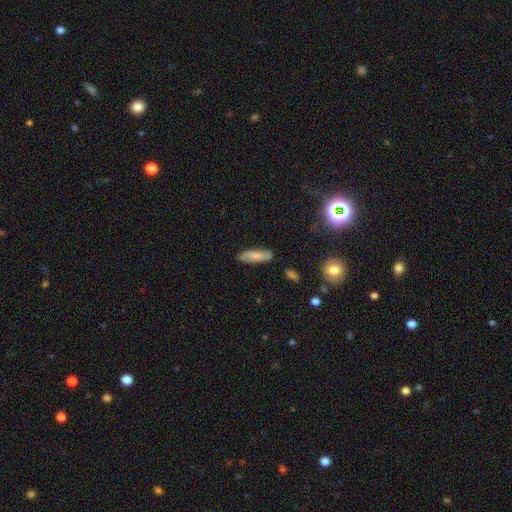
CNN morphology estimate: This is likely a smooth galaxy (71%). How rounded: possibly cigar-shaped (56%). Merging: clearly none (81%).